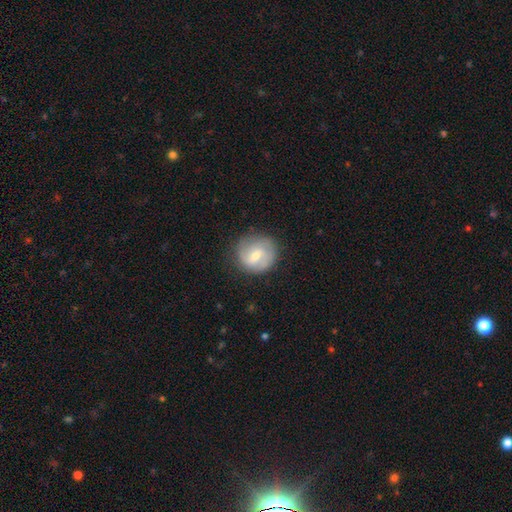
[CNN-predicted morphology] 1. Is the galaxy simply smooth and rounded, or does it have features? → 57% featured or disk, 37% smooth, 6% star or artifact.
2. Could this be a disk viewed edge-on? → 98% no, 2% yes.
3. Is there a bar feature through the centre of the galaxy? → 58% weak, 26% no, 16% strong.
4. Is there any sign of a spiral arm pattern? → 85% yes, 15% no.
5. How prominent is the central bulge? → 51% small, 43% moderate, 3% none, 2% large, 1% dominant.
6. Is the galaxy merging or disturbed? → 78% none, 15% minor disturbance, 6% major disturbance, 1% merger.